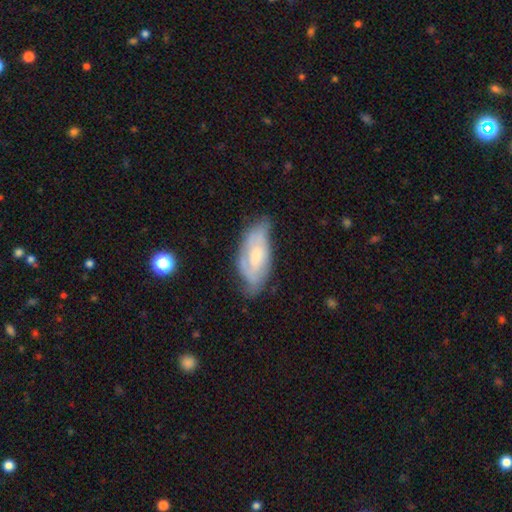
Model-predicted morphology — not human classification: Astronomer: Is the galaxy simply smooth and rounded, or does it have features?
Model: featured or disk — 59% (runner-up: smooth, 34%).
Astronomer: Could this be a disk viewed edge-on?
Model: no — 90%.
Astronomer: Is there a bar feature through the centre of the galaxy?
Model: no — 62%.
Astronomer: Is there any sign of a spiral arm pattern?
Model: yes — 77%.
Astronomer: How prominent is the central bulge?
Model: small — 48% (runner-up: moderate, 42%).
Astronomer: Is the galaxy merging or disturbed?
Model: none — 52% (runner-up: minor disturbance, 35%).